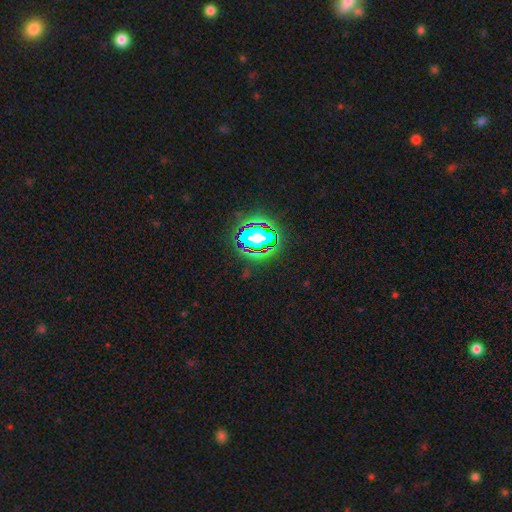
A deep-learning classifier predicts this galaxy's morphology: A star or artifact, not a galaxy (83%).

Vote fractions:
- Smooth or featured? star or artifact: 83% / smooth: 11% / featured or disk: 6%